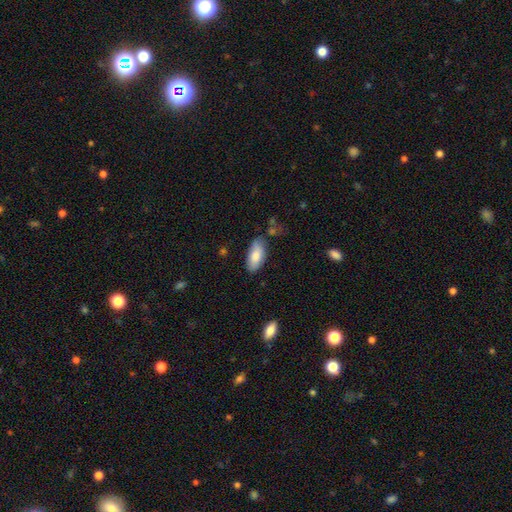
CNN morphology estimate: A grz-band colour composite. It shows a smooth galaxy with no disk features (81%) that is in between round and cigar-shaped (89%). Merging: none (72%).